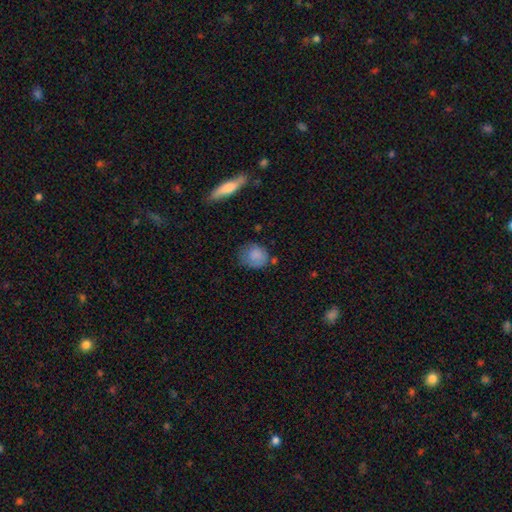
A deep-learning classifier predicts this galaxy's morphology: This is clearly a smooth galaxy (83%). How rounded: likely round (70%). Merging: possibly none (58%).